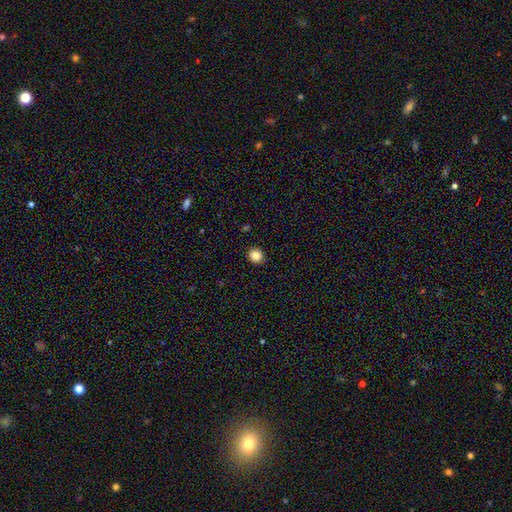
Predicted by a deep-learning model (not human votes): Smooth or featured?
  - smooth: 85% *
  - star or artifact: 11%
  - featured or disk: 4%
How rounded?
  - round: 88% *
  - in between: 11%
  - cigar-shaped: 1%
Merging?
  - none: 92% *
  - minor disturbance: 5%
  - major disturbance: 2%
  - merger: 1%